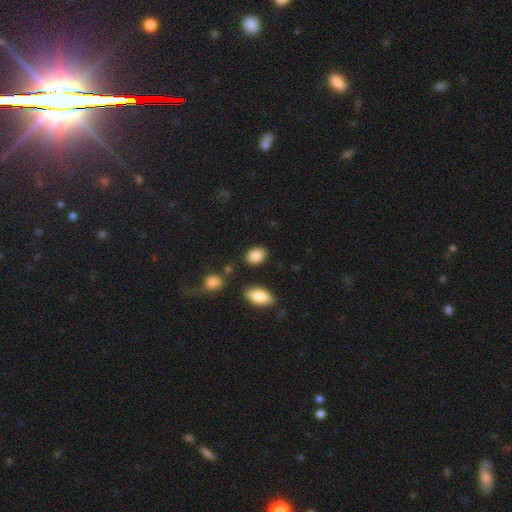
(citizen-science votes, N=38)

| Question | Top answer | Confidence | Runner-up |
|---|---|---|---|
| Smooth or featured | smooth | 95% | star or artifact (5%) |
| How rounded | in between | 61% | round (39%) |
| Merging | none | 89% | major disturbance (6%) |